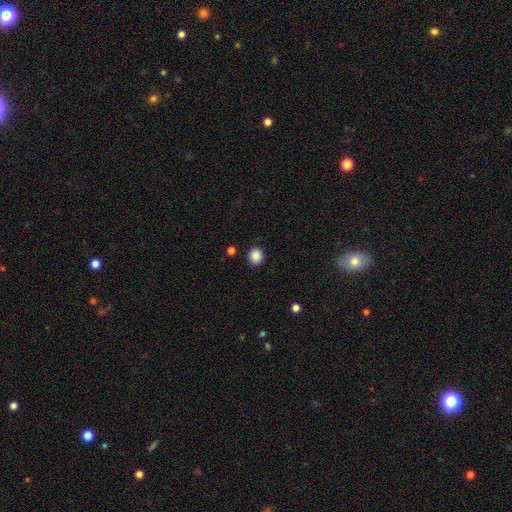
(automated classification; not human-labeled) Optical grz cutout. It shows a smooth galaxy with no disk features (88%) that is round (77%). Merging: none (89%).